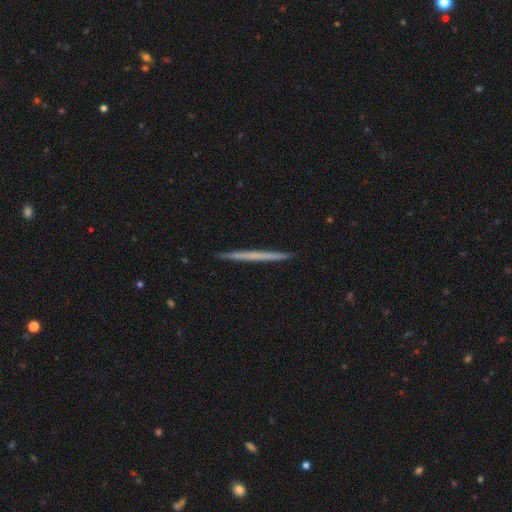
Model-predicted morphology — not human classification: Smooth or featured: featured or disk — 49% (smooth — 46%)
Merging: none — 93% (minor disturbance — 5%)